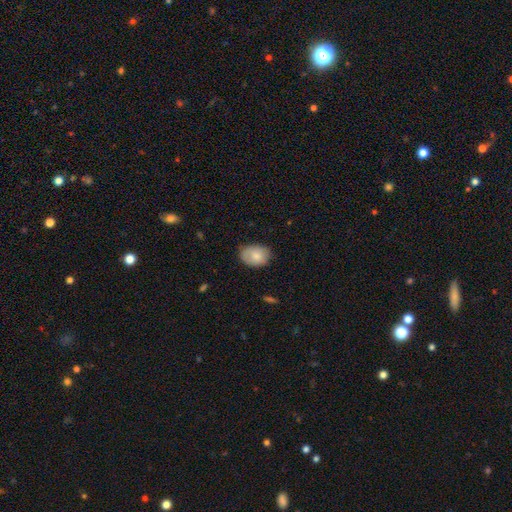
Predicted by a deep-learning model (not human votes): Smooth or featured: smooth — 81% (featured or disk — 12%)
How rounded: in between — 75% (round — 24%)
Merging: none — 75% (minor disturbance — 20%)